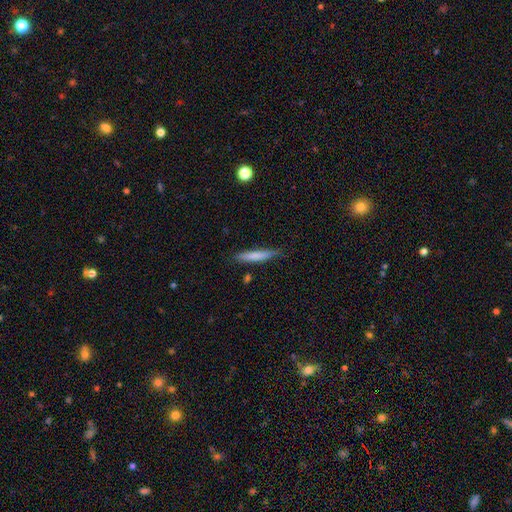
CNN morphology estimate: Smooth or featured? Predicted: smooth (p=0.76). How rounded? Predicted: cigar-shaped (p=0.89). Merging? Predicted: none (p=0.76).